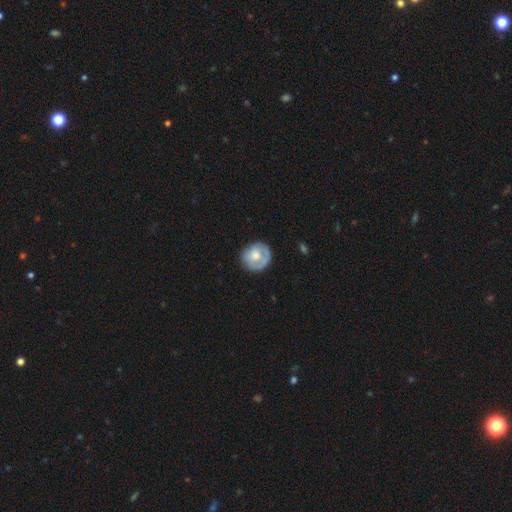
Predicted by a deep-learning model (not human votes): smooth-or-featured: smooth: 52% | featured or disk: 43% | star or artifact: 6%
  how-rounded: round: 82% | in between: 17% | cigar-shaped: 1%
  merging: none: 69% | minor disturbance: 21% | major disturbance: 9% | merger: 2%